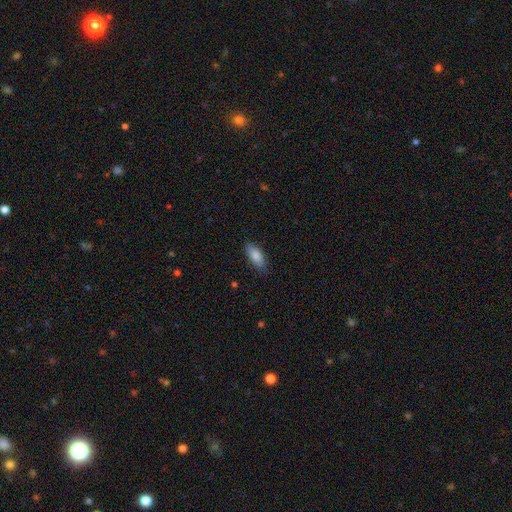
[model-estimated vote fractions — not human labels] Smooth or featured? Predicted: smooth (p=0.83). How rounded? Predicted: in between (p=0.81). Merging? Predicted: none (p=0.85).